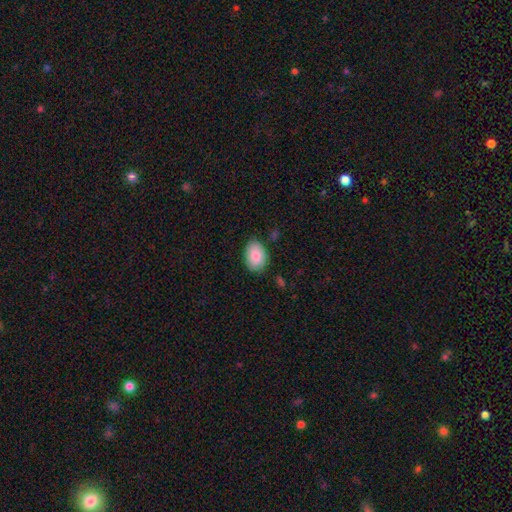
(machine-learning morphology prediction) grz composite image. It shows a smooth galaxy with no disk features (86%) that is in between round and cigar-shaped (85%). Merging: none (82%).